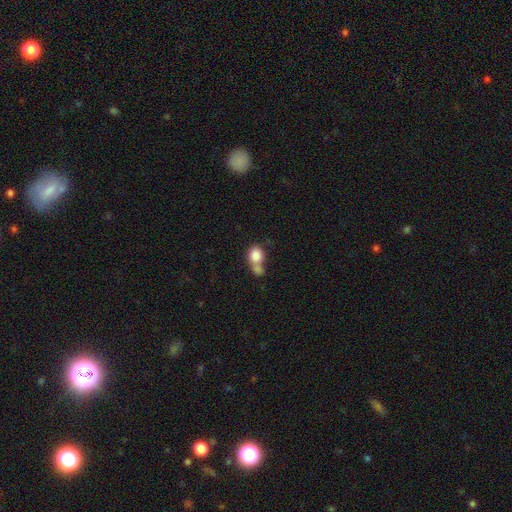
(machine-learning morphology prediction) Q: Smooth or featured?
A: smooth (81%); runner-up: featured or disk (10%)
Q: How rounded?
A: round (67%); runner-up: in between (31%)
Q: Merging?
A: merger (59%); runner-up: none (27%)